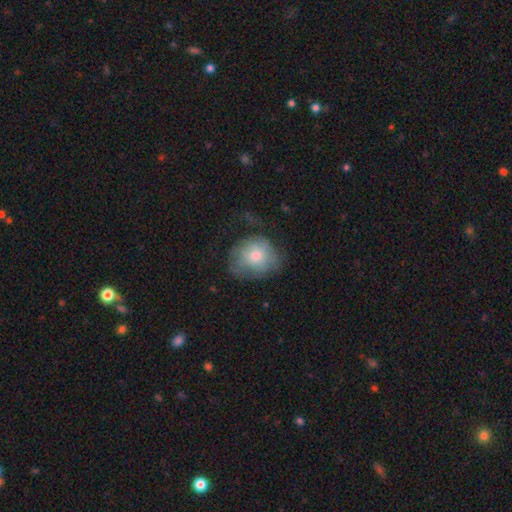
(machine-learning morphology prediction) smooth 66%, featured or disk 26%, star or artifact 8%. Down the decision tree: how rounded — round (65%); merging — none (49%).